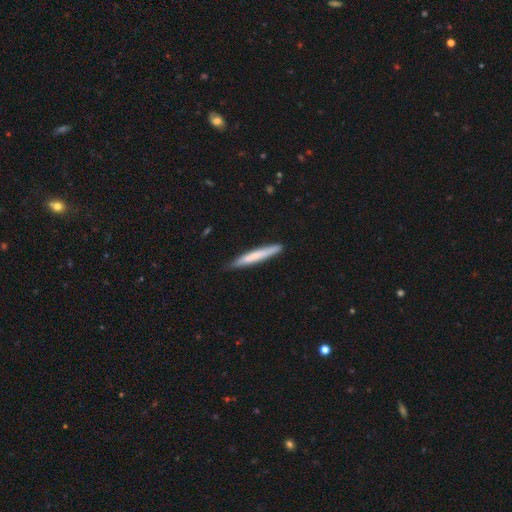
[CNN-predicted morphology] Smooth or featured: smooth — 66% (featured or disk — 28%)
How rounded: cigar-shaped — 96% (in between — 3%)
Merging: none — 85% (minor disturbance — 12%)